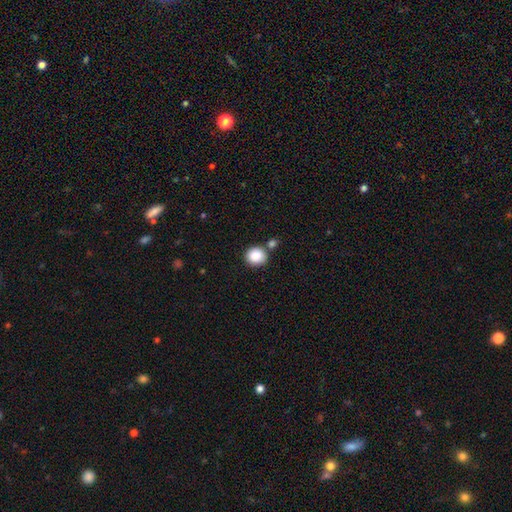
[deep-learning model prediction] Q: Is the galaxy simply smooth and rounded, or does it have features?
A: smooth — 87%.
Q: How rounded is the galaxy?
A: round — 87%.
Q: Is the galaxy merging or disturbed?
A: none — 76%.